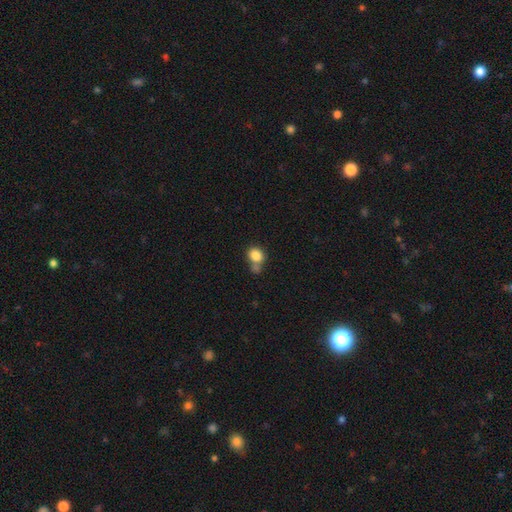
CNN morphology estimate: smooth_or_featured: smooth (p=0.84) [alt: star or artifact p=0.09]
how_rounded: round (p=0.61) [alt: in between p=0.38]
merging: none (p=0.47) [alt: merger p=0.31]